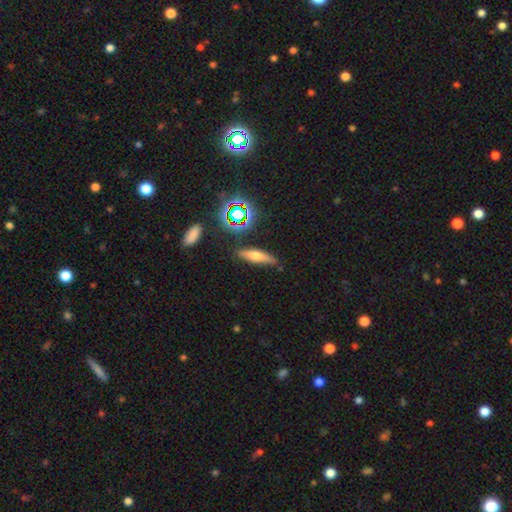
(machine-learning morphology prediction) smooth 53%, featured or disk 30%, star or artifact 17%. Down the decision tree: how rounded — cigar-shaped (68%); merging — none (79%).